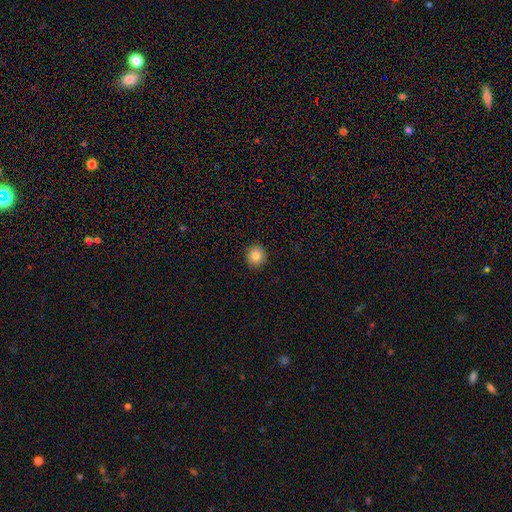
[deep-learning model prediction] Smooth or featured? smooth (83%)
How rounded? round (91%)
Merging? none (92%)